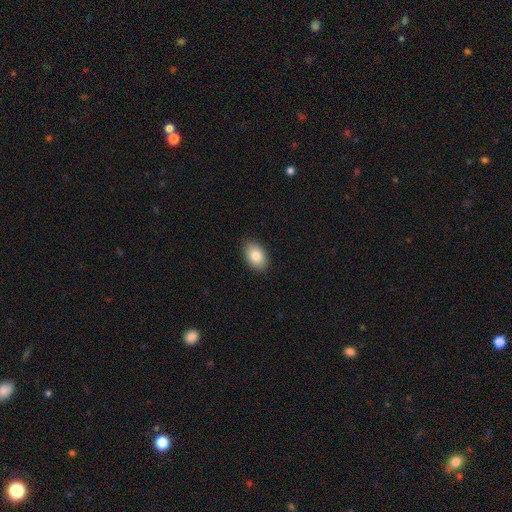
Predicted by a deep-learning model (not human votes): Morphology: type=smooth (85%); roundness=in between (88%); merging=none (88%).